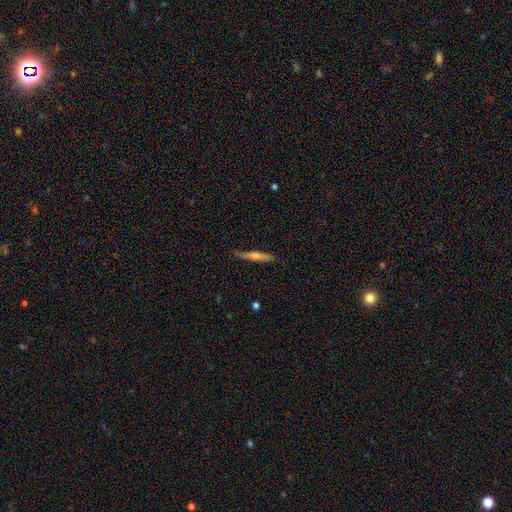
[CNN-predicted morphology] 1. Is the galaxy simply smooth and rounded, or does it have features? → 63% featured or disk, 30% smooth, 7% star or artifact.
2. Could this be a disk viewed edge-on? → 96% yes, 4% no.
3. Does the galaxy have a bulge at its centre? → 71% rounded, 21% none, 8% boxy.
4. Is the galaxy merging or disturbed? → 89% none, 8% minor disturbance, 2% major disturbance, 1% merger.